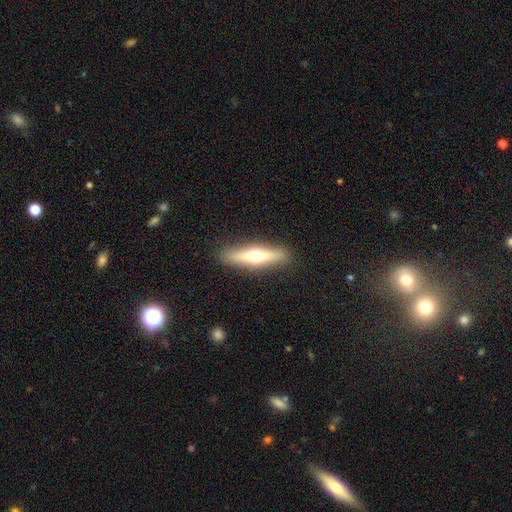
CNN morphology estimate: Smooth or featured? Predicted: featured or disk (p=0.51). Edge-on disk? Predicted: yes (p=0.91). Merging? Predicted: none (p=0.89).